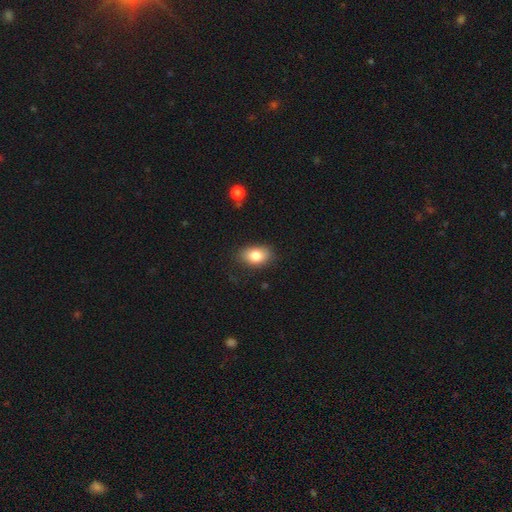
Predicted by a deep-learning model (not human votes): smooth 82%, featured or disk 10%, star or artifact 8%. Down the decision tree: how rounded — in between (85%); merging — none (82%).